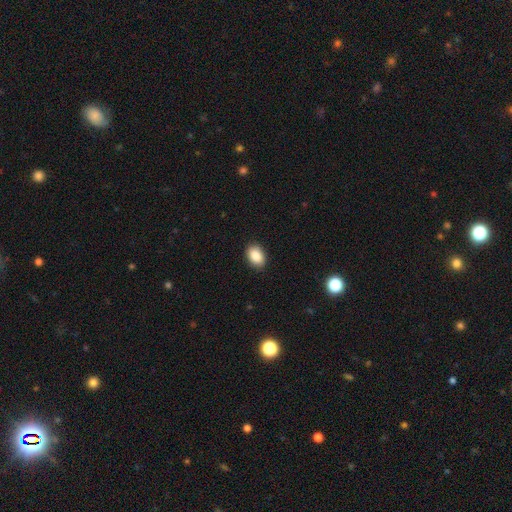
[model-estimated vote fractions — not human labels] Q: Smooth or featured?
A: smooth (88%); runner-up: star or artifact (8%)
Q: How rounded?
A: in between (84%); runner-up: round (15%)
Q: Merging?
A: none (88%); runner-up: minor disturbance (9%)